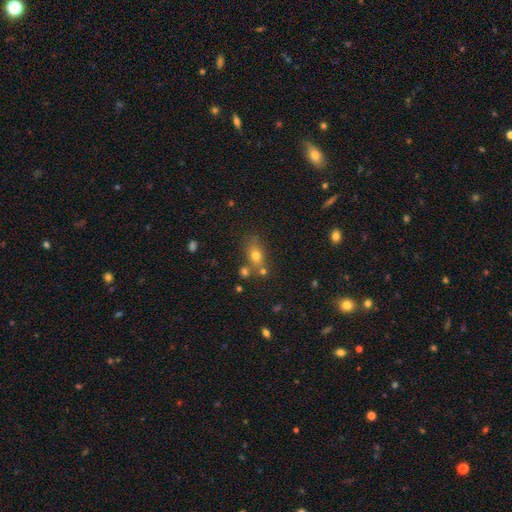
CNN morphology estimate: Smooth or featured? smooth (71%)
How rounded? in between (62%)
Merging? none (58%)